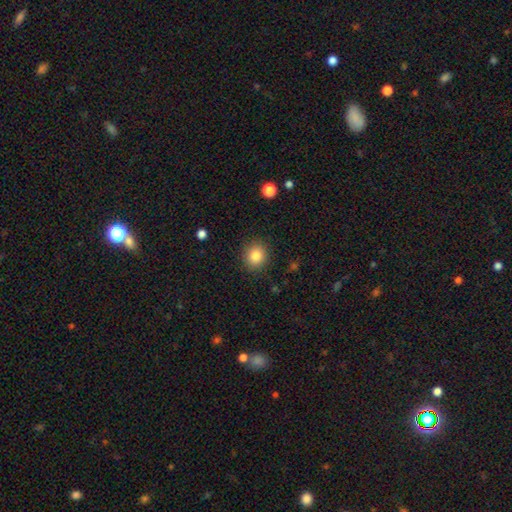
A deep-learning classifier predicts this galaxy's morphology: smooth_or_featured: smooth (p=0.84) [alt: star or artifact p=0.10]
how_rounded: round (p=0.79) [alt: in between p=0.21]
merging: none (p=0.89) [alt: minor disturbance p=0.08]